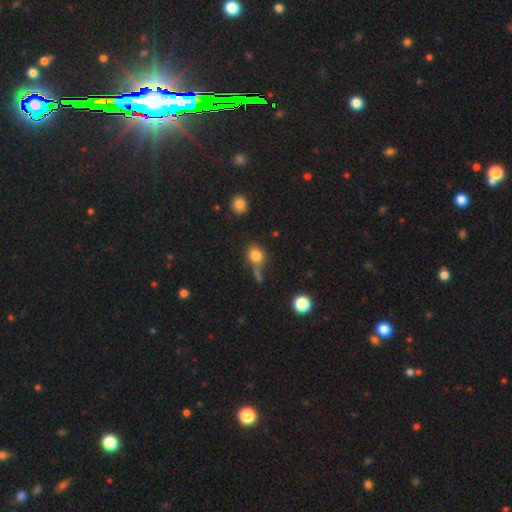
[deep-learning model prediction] smooth-or-featured: smooth: 80% | star or artifact: 12% | featured or disk: 7%
  how-rounded: round: 64% | in between: 35% | cigar-shaped: 2%
  merging: none: 56% | merger: 18% | minor disturbance: 17% | major disturbance: 9%